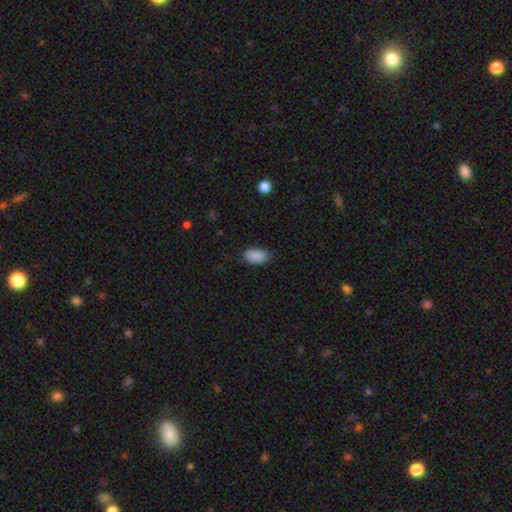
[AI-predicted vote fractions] This appears to be a smooth galaxy with no disk features (89%) that is in between round and cigar-shaped (93%). Merging: none (80%).